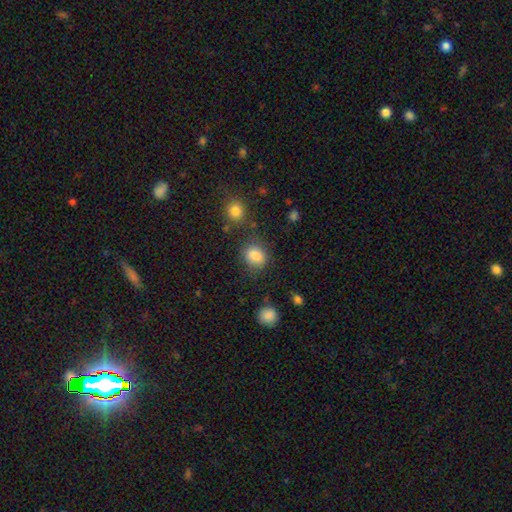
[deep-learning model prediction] Smooth or featured? Predicted: smooth (p=0.84). How rounded? Predicted: round (p=0.52). Merging? Predicted: none (p=0.73).